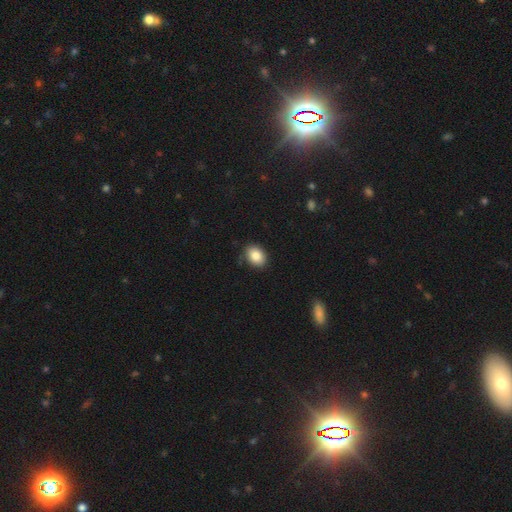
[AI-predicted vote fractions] Morphology: type=smooth (85%); roundness=in between (68%); merging=none (85%).